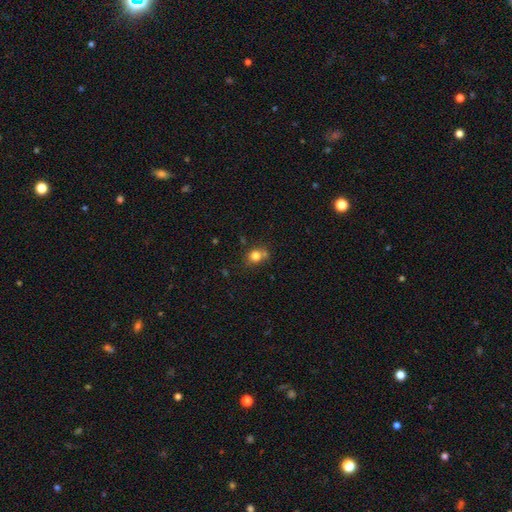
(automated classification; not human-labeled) Q: Smooth or featured?
A: smooth (78%); runner-up: star or artifact (12%)
Q: How rounded?
A: round (72%); runner-up: in between (27%)
Q: Merging?
A: none (59%); runner-up: merger (19%)